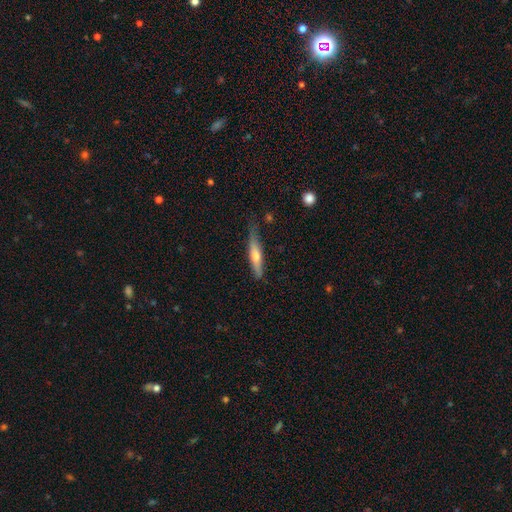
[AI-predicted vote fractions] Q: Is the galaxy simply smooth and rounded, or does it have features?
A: smooth — 48%.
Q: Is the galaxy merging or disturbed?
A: none — 70%.